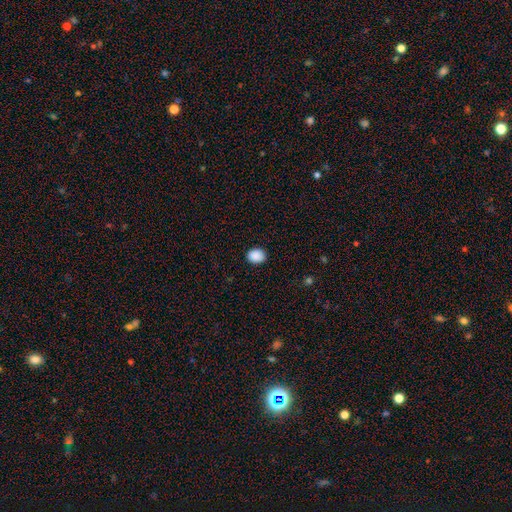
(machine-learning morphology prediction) Q: Smooth or featured?
A: smooth (90%); runner-up: star or artifact (8%)
Q: How rounded?
A: in between (55%); runner-up: round (44%)
Q: Merging?
A: none (90%); runner-up: minor disturbance (7%)